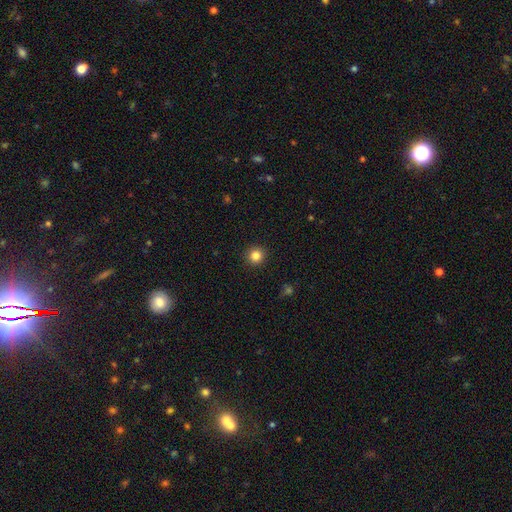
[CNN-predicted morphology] Smooth or featured? Predicted: smooth (p=0.84). How rounded? Predicted: round (p=0.95). Merging? Predicted: none (p=0.92).